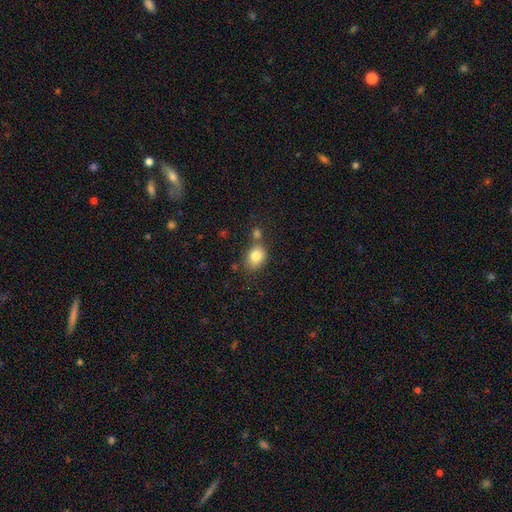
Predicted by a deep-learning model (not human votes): This appears to be a smooth galaxy with no disk features (82%) that is in between round and cigar-shaped (58%). Merging: none (59%).